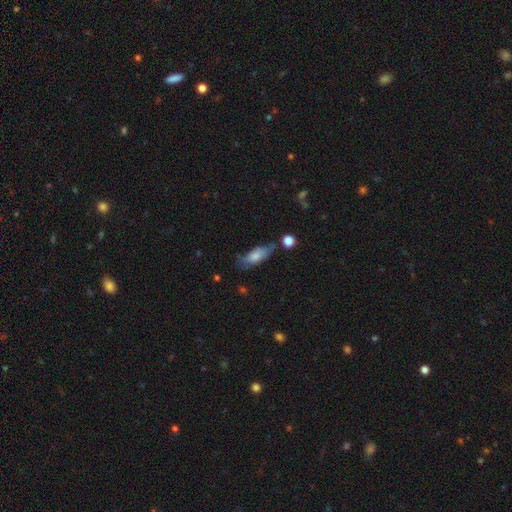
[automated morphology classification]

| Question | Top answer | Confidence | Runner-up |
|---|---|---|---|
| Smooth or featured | smooth | 70% | featured or disk (23%) |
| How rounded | in between | 70% | cigar-shaped (27%) |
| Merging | none | 52% | minor disturbance (31%) |